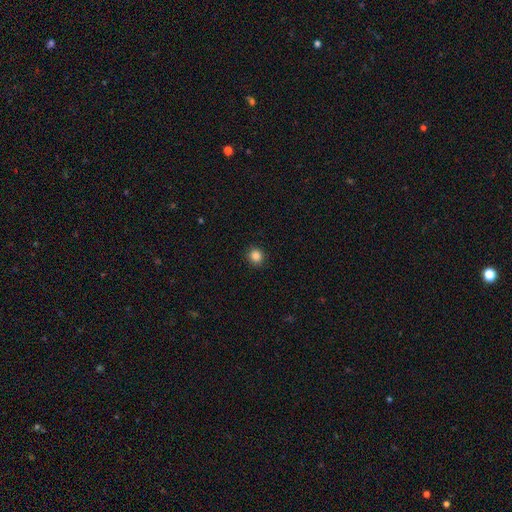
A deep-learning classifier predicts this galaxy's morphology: Smooth or featured: smooth — 86% (star or artifact — 11%)
How rounded: round — 90% (in between — 9%)
Merging: none — 91% (minor disturbance — 6%)